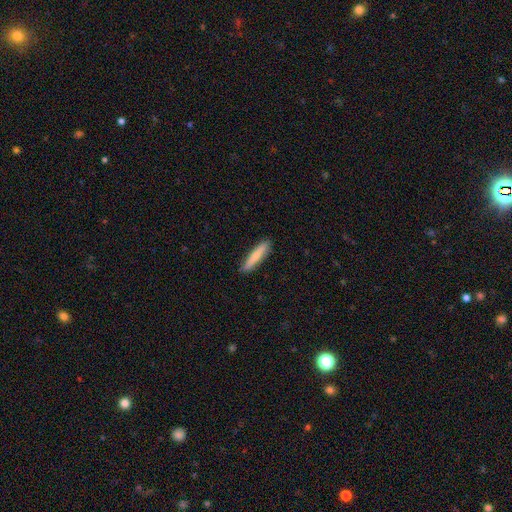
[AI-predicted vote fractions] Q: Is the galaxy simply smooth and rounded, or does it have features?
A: smooth — 73%.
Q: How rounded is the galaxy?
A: cigar-shaped — 87%.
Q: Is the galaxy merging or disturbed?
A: none — 89%.